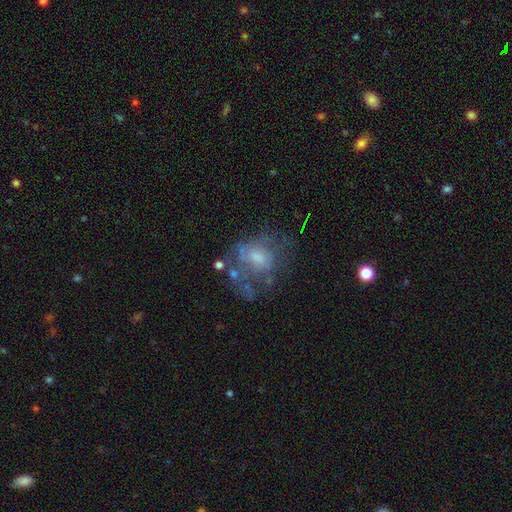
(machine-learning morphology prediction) A featured or disk galaxy (54%) with no bar (75%), no spiral arms (67%) and a moderate central bulge (40%). Merging: none (41%).